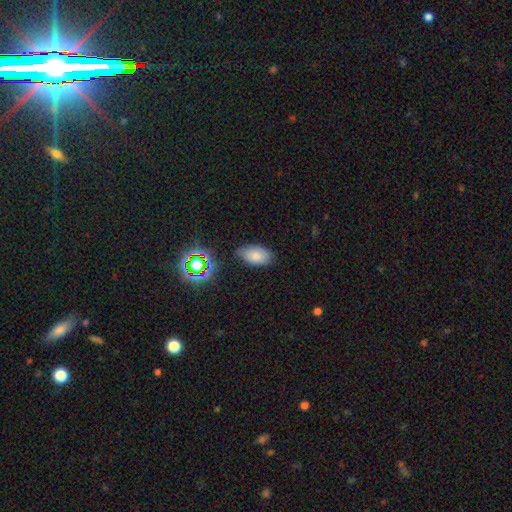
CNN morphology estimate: Smooth or featured? Predicted: smooth (p=0.76). How rounded? Predicted: in between (p=0.93). Merging? Predicted: none (p=0.75).